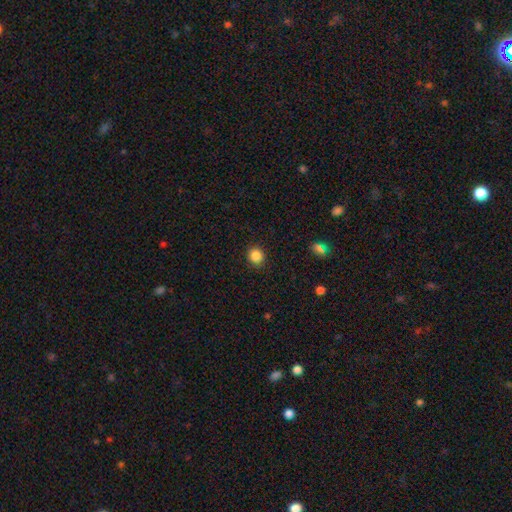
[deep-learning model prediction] Q: Smooth or featured?
A: smooth (86%); runner-up: star or artifact (11%)
Q: How rounded?
A: round (88%); runner-up: in between (11%)
Q: Merging?
A: none (91%); runner-up: minor disturbance (6%)